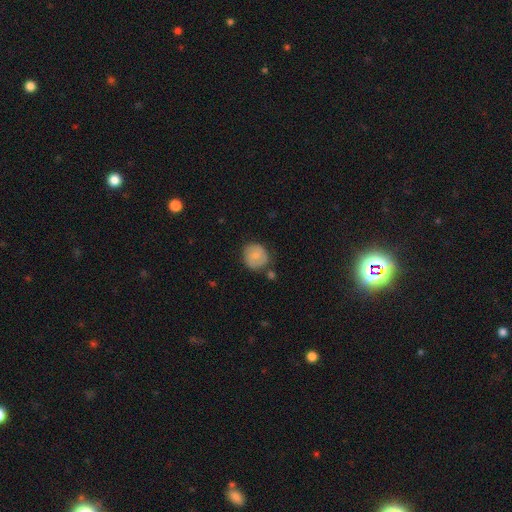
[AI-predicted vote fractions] Morphology: type=smooth (70%); roundness=round (84%); merging=none (69%).